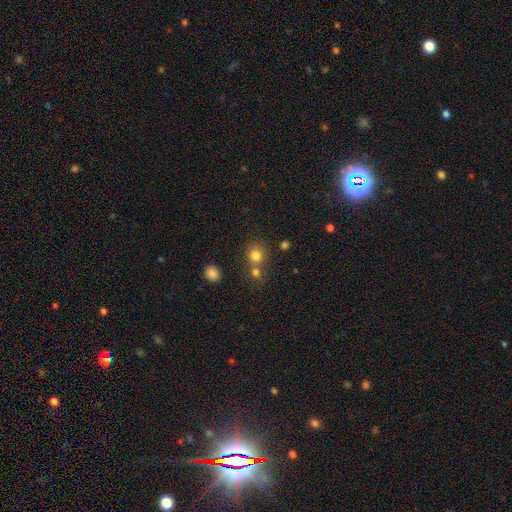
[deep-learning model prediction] Smooth or featured? Predicted: smooth (p=0.79). How rounded? Predicted: round (p=0.84). Merging? Predicted: none (p=0.58).